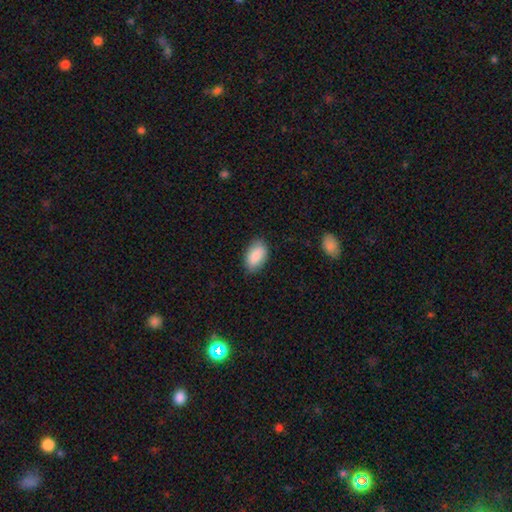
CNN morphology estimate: This appears to be a smooth galaxy with no disk features (87%) that is in between round and cigar-shaped (93%). Merging: none (81%).